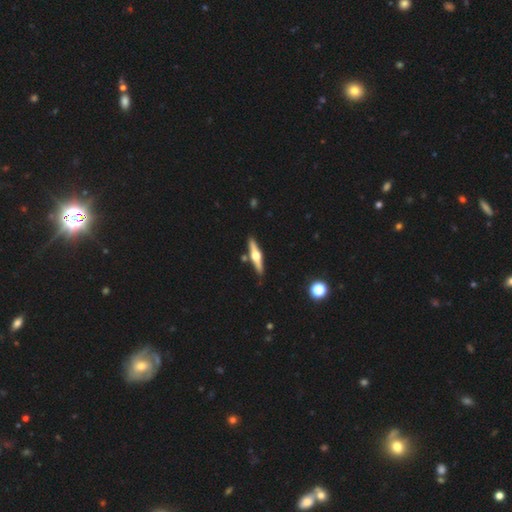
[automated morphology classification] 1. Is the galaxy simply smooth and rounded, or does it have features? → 72% featured or disk, 23% smooth, 5% star or artifact.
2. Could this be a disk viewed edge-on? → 97% yes, 3% no.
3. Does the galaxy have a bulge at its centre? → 95% rounded, 3% boxy, 2% none.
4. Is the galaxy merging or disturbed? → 86% none, 8% minor disturbance, 4% merger, 2% major disturbance.